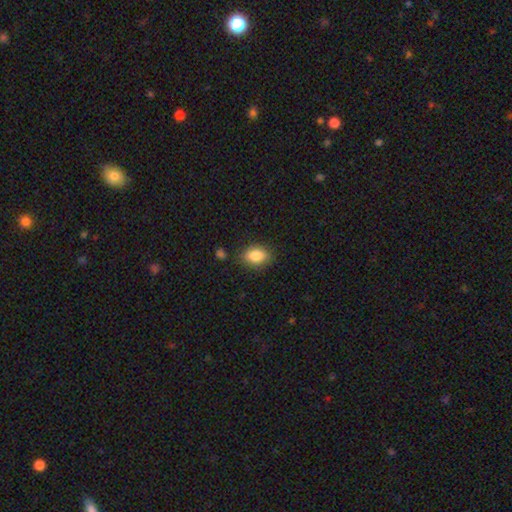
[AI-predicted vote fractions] Smooth or featured?
  - smooth: 84% *
  - star or artifact: 8%
  - featured or disk: 7%
How rounded?
  - in between: 77% *
  - round: 21%
  - cigar-shaped: 2%
Merging?
  - none: 82% *
  - minor disturbance: 13%
  - major disturbance: 3%
  - merger: 3%